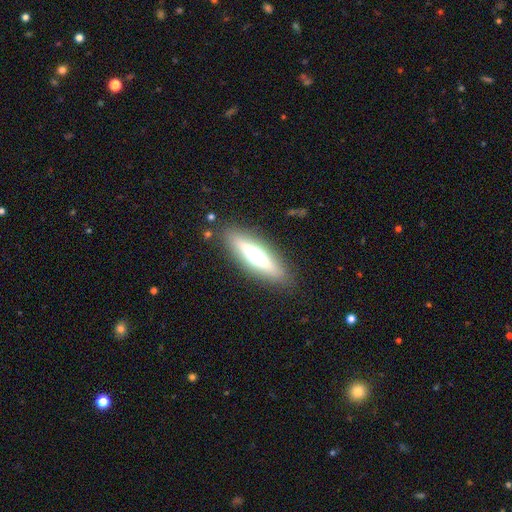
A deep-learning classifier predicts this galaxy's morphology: The model was most divided on "smooth or featured": featured or disk: 55%, smooth: 35%, star or artifact: 9%. More confident: edge-on disk — yes (88%); merging — none (86%).